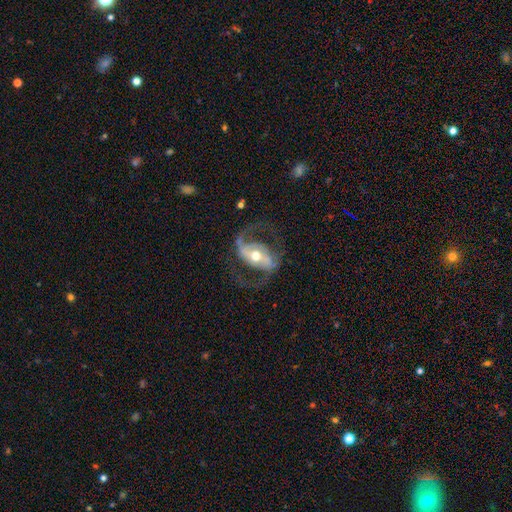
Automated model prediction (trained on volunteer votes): Morphology: type=featured or disk (89%); edge-on=no (97%); bar=strong (41%); spiral arms=yes (94%); winding=medium (53%); arm count=2 (92%); bulge=moderate (72%); merging=none (70%).